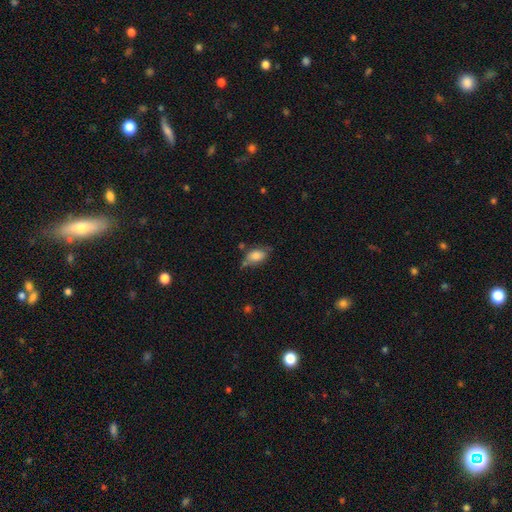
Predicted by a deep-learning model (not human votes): Smooth or featured: smooth — 78% (featured or disk — 14%)
How rounded: in between — 88% (round — 9%)
Merging: none — 55% (minor disturbance — 28%)